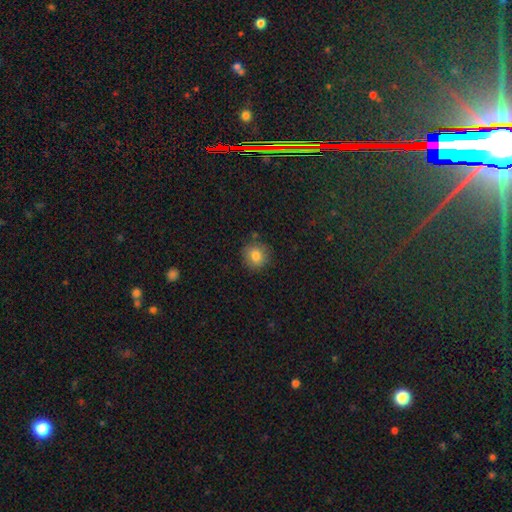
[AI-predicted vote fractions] A smooth galaxy with no disk features (82%) that is round (86%).

Vote fractions:
- Smooth or featured? smooth: 82% / star or artifact: 11% / featured or disk: 7%
- How rounded? round: 86% / in between: 13% / cigar-shaped: 1%
- Merging? none: 83% / minor disturbance: 12% / major disturbance: 3% / merger: 2%